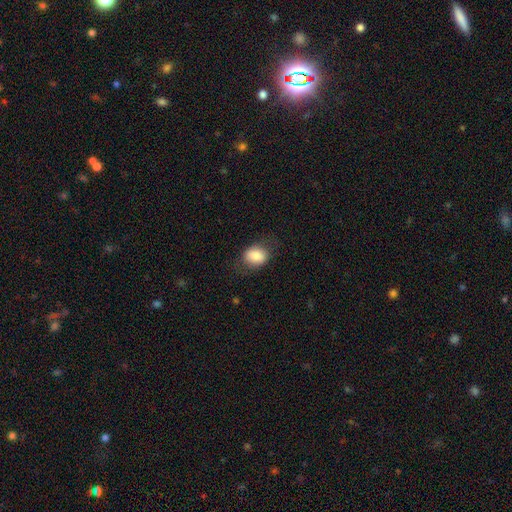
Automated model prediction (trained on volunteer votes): This appears to be a smooth galaxy with no disk features (81%) that is in between round and cigar-shaped (63%). Merging: none (74%).